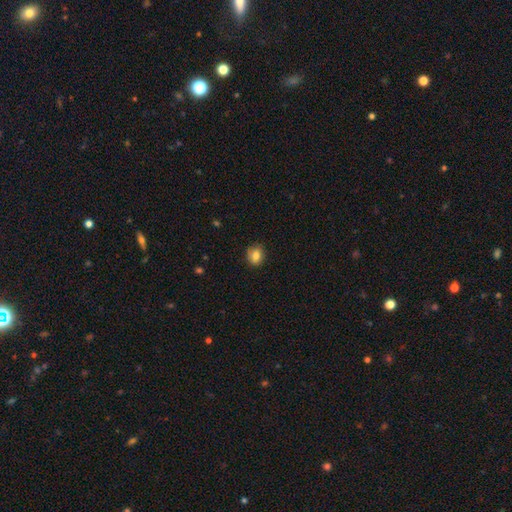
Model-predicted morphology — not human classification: Overall: smooth (81%). How rounded: round (54%; in between 45%). Merging: none (79%).